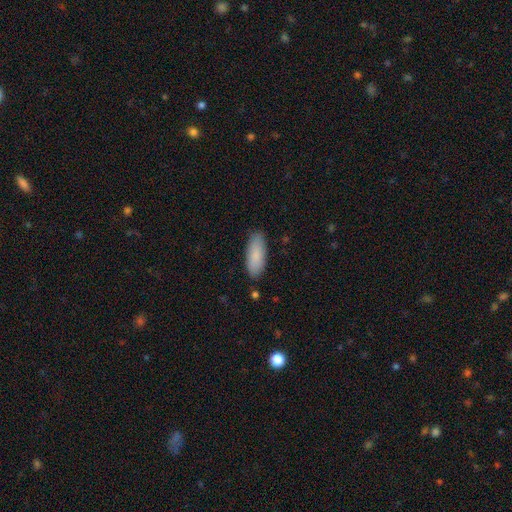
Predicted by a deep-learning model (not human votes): A smooth galaxy with no disk features (86%) that is in between round and cigar-shaped (75%). Merging: none (85%).